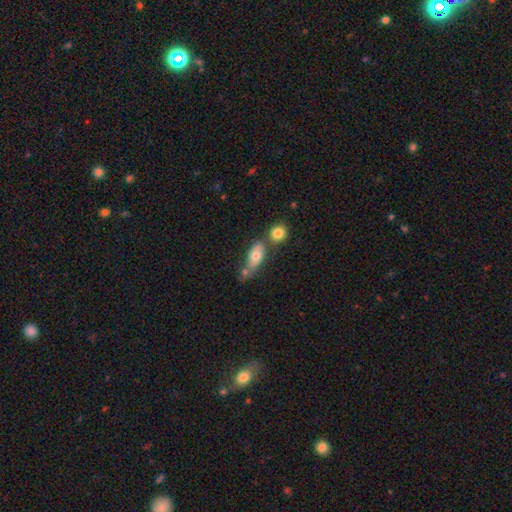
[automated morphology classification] A smooth galaxy with no disk features (66%) that is in between round and cigar-shaped (80%). Merging: none (40%).